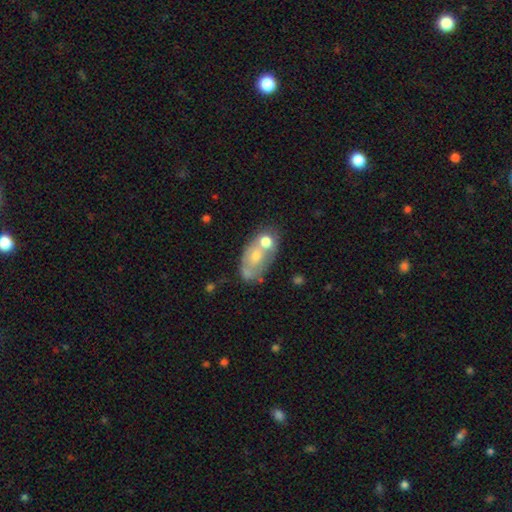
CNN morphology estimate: Q: Smooth or featured?
A: featured or disk (46%); runner-up: smooth (45%)
Q: Merging?
A: merger (51%); runner-up: none (26%)